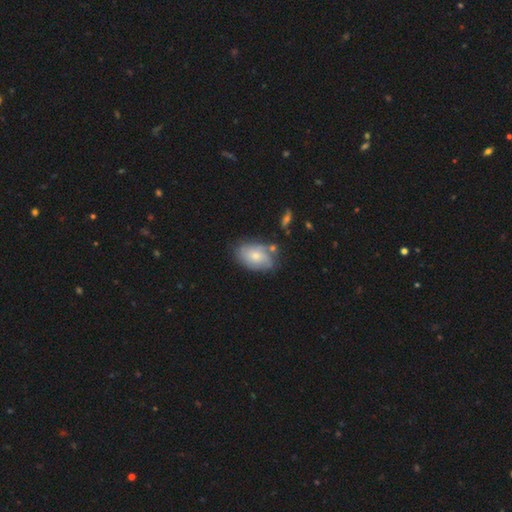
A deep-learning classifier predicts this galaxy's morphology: A smooth galaxy with no disk features (59%) that is in between round and cigar-shaped (86%).

Vote fractions:
- Smooth or featured? smooth: 59% / featured or disk: 34% / star or artifact: 7%
- How rounded? in between: 86% / round: 12% / cigar-shaped: 1%
- Merging? none: 59% / minor disturbance: 26% / merger: 8% / major disturbance: 7%